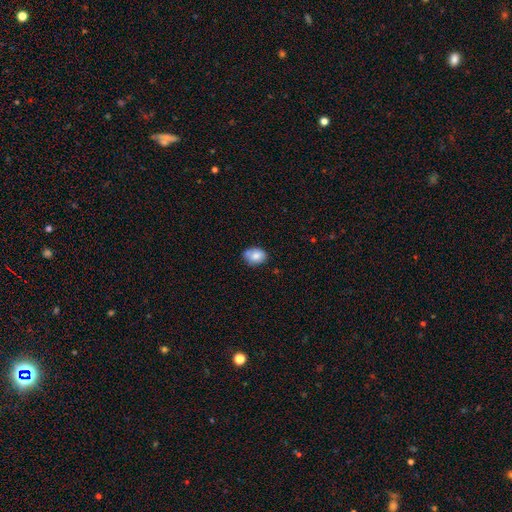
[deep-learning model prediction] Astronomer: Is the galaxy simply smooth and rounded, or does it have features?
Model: smooth — 79%.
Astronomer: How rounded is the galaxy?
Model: in between — 63%.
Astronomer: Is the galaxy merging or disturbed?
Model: none — 61%.